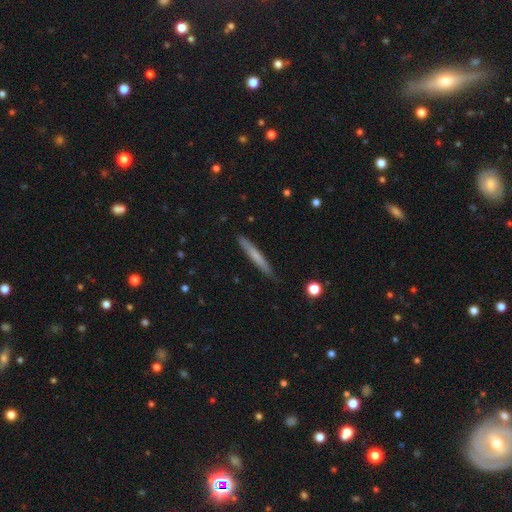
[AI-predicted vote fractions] This is likely a smooth galaxy (62%). How rounded: clearly cigar-shaped (96%). Merging: clearly none (88%).